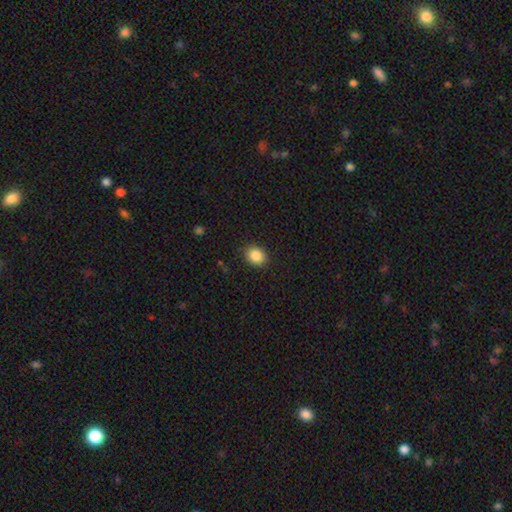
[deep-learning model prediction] Smooth or featured: smooth — 87% (star or artifact — 9%)
How rounded: round — 52% (in between — 47%)
Merging: none — 88% (minor disturbance — 9%)